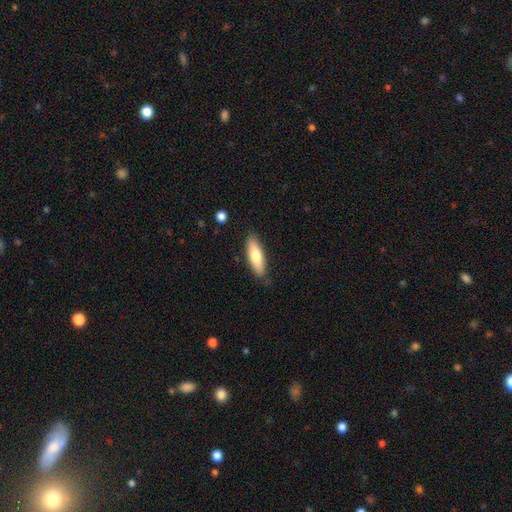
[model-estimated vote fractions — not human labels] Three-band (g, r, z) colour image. It shows a smooth galaxy with no disk features (73%) that is in between round and cigar-shaped (53%). Merging: none (83%).